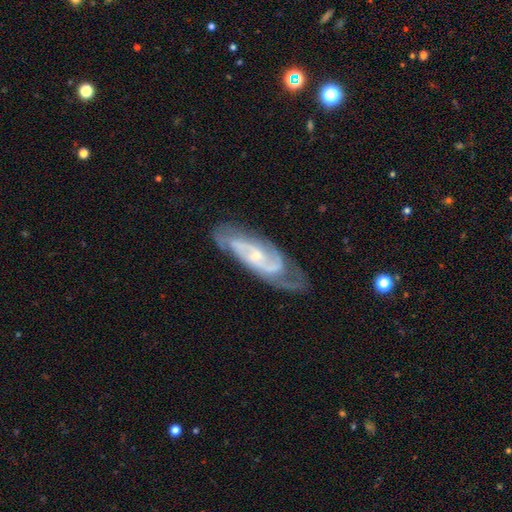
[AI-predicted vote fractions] Smooth or featured? featured or disk (86%)
Edge-on disk? no (90%)
Bar? no (51%)
Spiral arms? yes (96%)
Spiral winding? medium (46%)
Spiral arm count? 2 (64%)
Bulge size? small (67%)
Merging? none (69%)